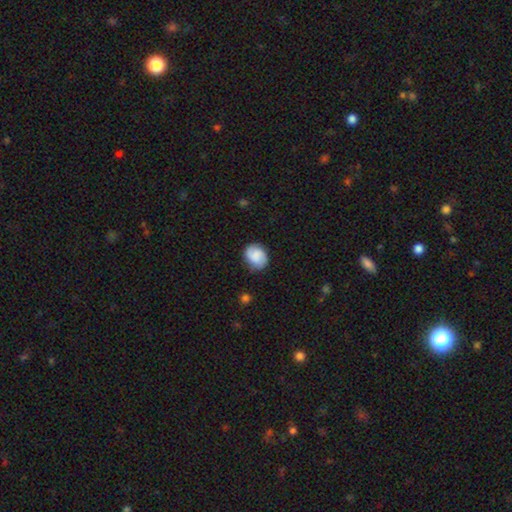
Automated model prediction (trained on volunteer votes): Q: Smooth or featured?
A: smooth (76%); runner-up: featured or disk (17%)
Q: How rounded?
A: in between (51%); runner-up: round (48%)
Q: Merging?
A: none (77%); runner-up: minor disturbance (18%)